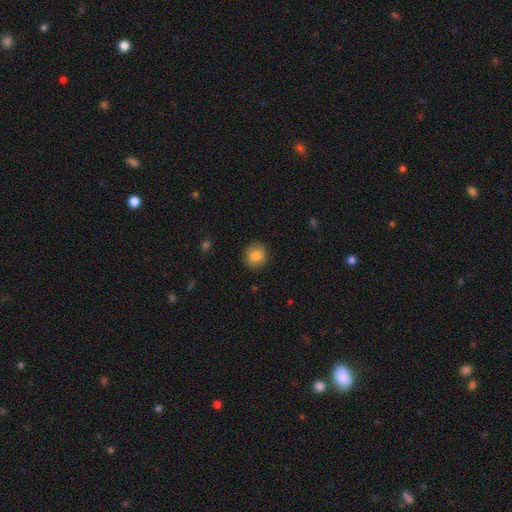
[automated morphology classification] type=smooth (84%); roundness=round (90%); merging=none (90%).